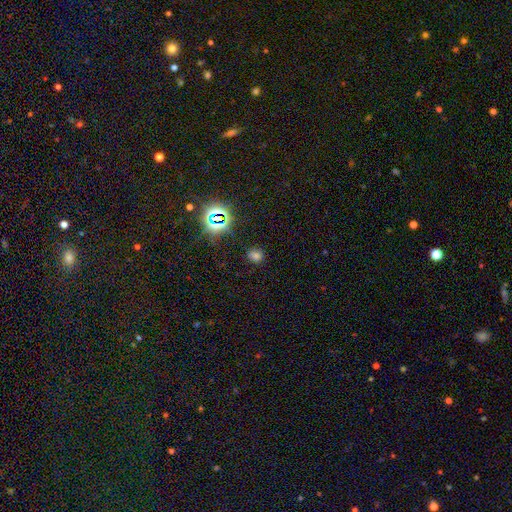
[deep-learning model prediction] A smooth galaxy with no disk features (60%) that is round (77%). Merging: none (84%).